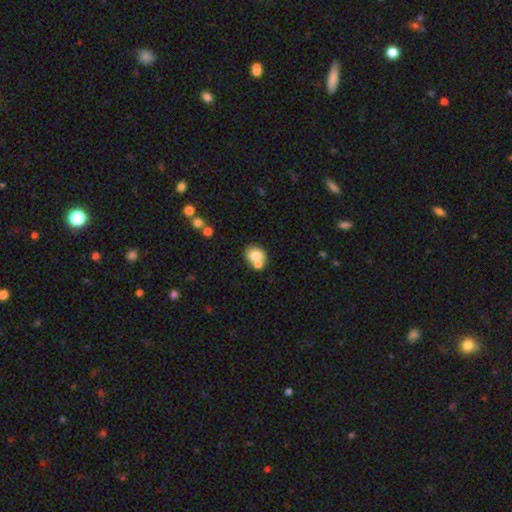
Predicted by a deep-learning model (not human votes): smooth-or-featured: smooth: 75% | featured or disk: 16% | star or artifact: 9%
  how-rounded: round: 61% | in between: 38% | cigar-shaped: 1%
  merging: none: 46% | merger: 39% | minor disturbance: 11% | major disturbance: 4%